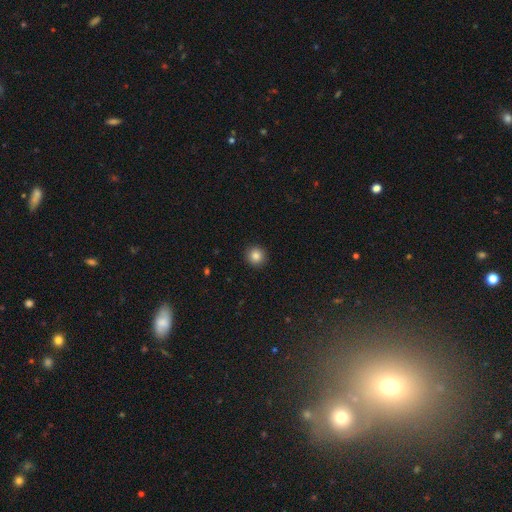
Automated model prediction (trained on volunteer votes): Smooth or featured? Predicted: smooth (p=0.85). How rounded? Predicted: round (p=0.94). Merging? Predicted: none (p=0.93).